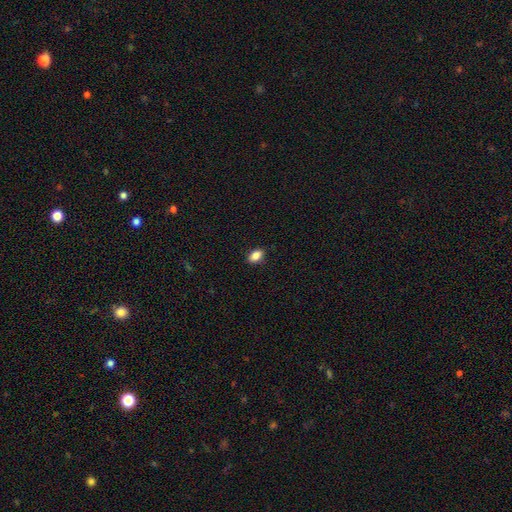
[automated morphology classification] Smooth or featured: smooth — 87% (star or artifact — 9%)
How rounded: in between — 87% (round — 11%)
Merging: none — 88% (minor disturbance — 9%)